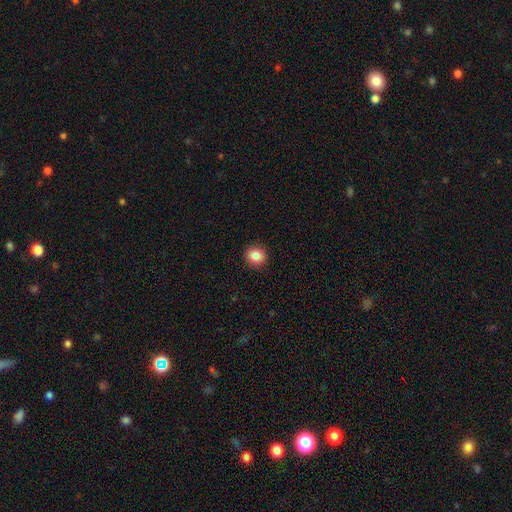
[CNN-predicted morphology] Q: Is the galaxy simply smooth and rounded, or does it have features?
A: smooth — 87%.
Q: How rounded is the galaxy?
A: round — 86%.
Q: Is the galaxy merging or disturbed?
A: none — 91%.